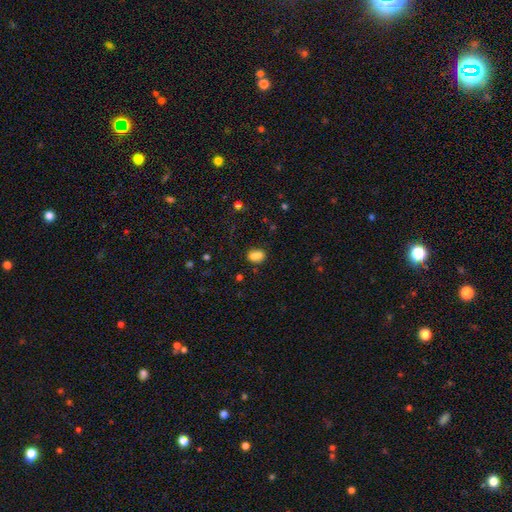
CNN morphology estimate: type=smooth (79%); roundness=in between (65%); merging=none (55%).